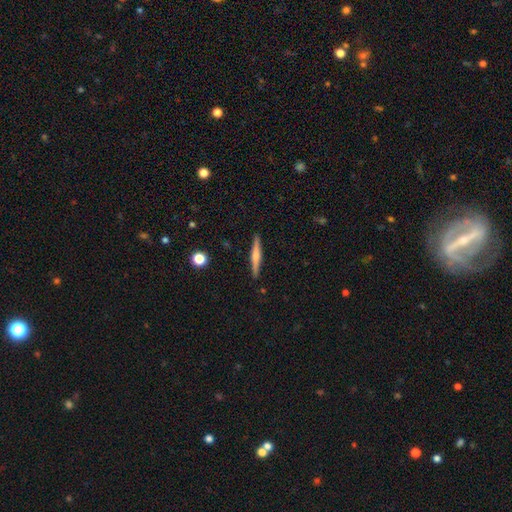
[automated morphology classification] Q: Smooth or featured?
A: featured or disk (52%); runner-up: smooth (42%)
Q: Edge-on disk?
A: yes (97%); runner-up: no (3%)
Q: Edge-on bulge?
A: rounded (59%); runner-up: none (22%)
Q: Merging?
A: none (91%); runner-up: minor disturbance (7%)